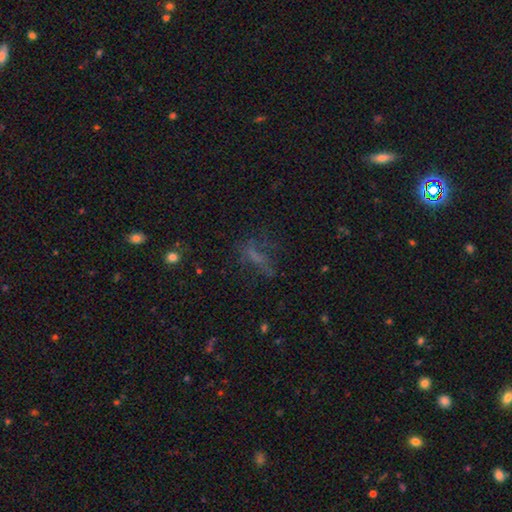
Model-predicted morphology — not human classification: This appears to be a smooth galaxy with no disk features (41%). Merging: none (50%).